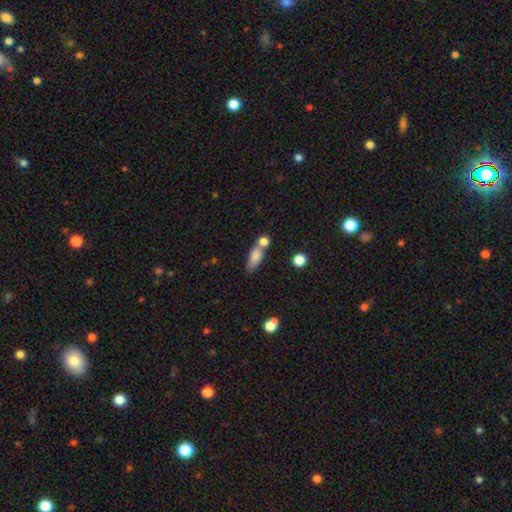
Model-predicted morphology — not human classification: type=smooth (78%); roundness=in between (66%); merging=none (46%).